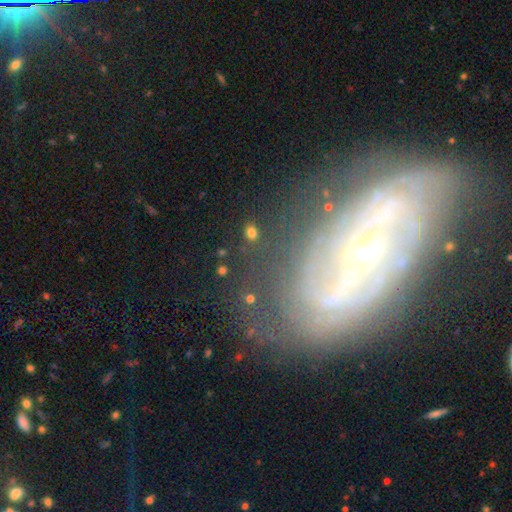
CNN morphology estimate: Smooth or featured?
  - featured or disk: 83% *
  - smooth: 10%
  - star or artifact: 8%
Edge-on disk?
  - no: 91% *
  - yes: 9%
Bar?
  - weak: 37% *
  - no: 35%
  - strong: 28%
Spiral arms?
  - yes: 88% *
  - no: 12%
Spiral winding?
  - tight: 49% *
  - medium: 34%
  - loose: 17%
Spiral arm count?
  - 2: 40% *
  - can't tell: 33%
  - 3: 10%
  - 4: 6%
  - 1: 6%
  - more than 4: 5%
Bulge size?
  - small: 59% *
  - moderate: 36%
  - large: 2%
  - none: 1%
  - dominant: 1%
Merging?
  - none: 69% *
  - minor disturbance: 18%
  - major disturbance: 10%
  - merger: 3%